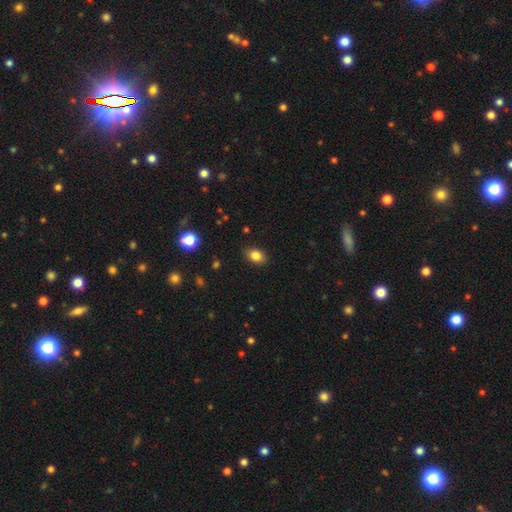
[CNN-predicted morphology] A smooth galaxy with no disk features (84%) that is in between round and cigar-shaped (79%). Merging: none (87%).